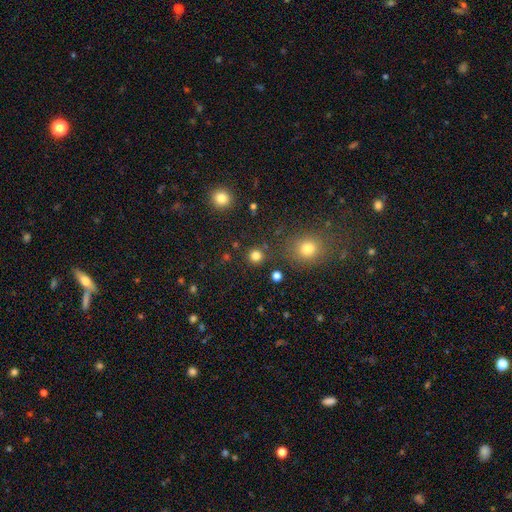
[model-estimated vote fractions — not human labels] Smooth or featured: smooth — 81% (star or artifact — 15%)
How rounded: round — 92% (in between — 7%)
Merging: none — 86% (minor disturbance — 7%)